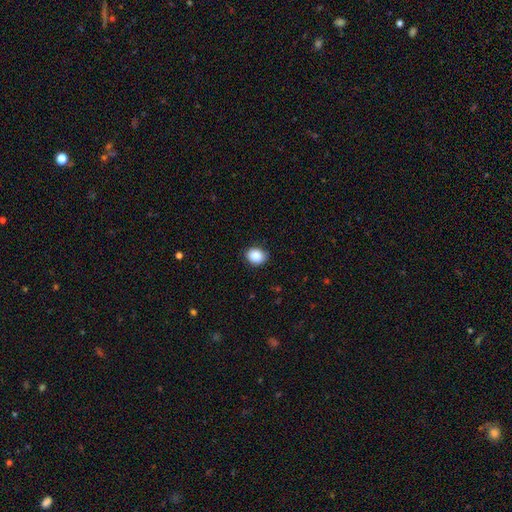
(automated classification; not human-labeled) The model was most divided on "how rounded": round: 56%, in between: 43%, cigar-shaped: 1%. More confident: smooth or featured — smooth (89%); merging — none (84%).